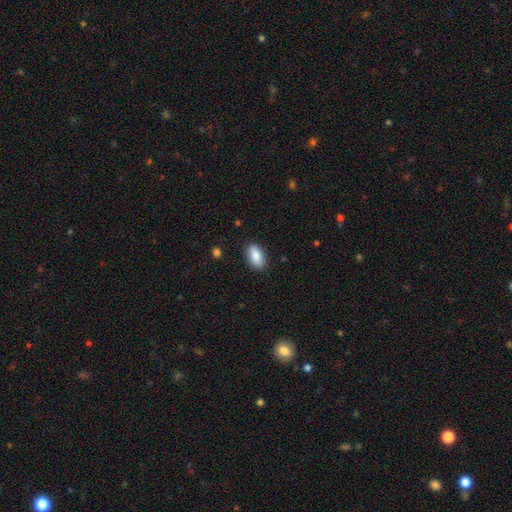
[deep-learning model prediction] Smooth or featured?
  - smooth: 88% *
  - star or artifact: 7%
  - featured or disk: 6%
How rounded?
  - in between: 92% *
  - cigar-shaped: 5%
  - round: 3%
Merging?
  - none: 87% *
  - minor disturbance: 10%
  - major disturbance: 2%
  - merger: 1%